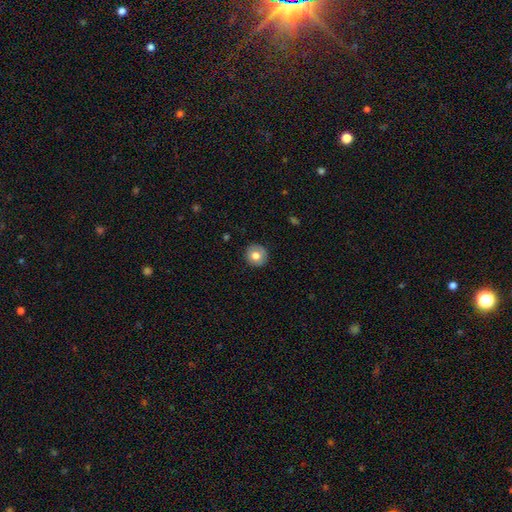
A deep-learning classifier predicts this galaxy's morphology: Overall: smooth (77%). How rounded: round (92%). Merging: none (90%).